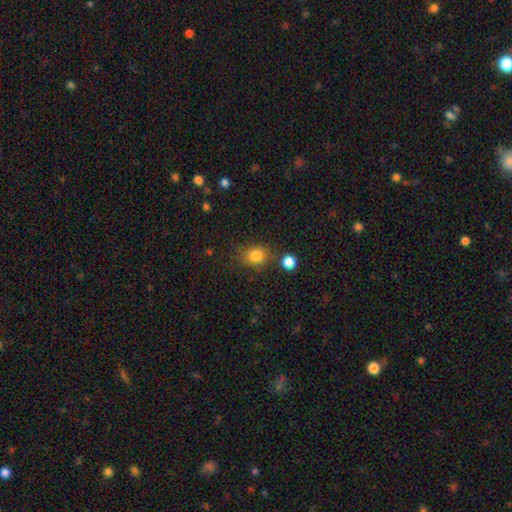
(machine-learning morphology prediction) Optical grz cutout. It shows a smooth galaxy with no disk features (83%) that is round (62%). Merging: none (73%).